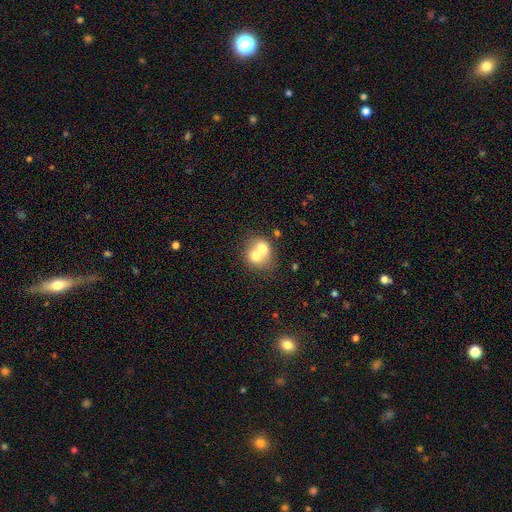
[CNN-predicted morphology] smooth_or_featured: smooth (p=0.65) [alt: featured or disk p=0.26]
how_rounded: round (p=0.65) [alt: in between p=0.34]
merging: merger (p=0.71) [alt: none p=0.21]